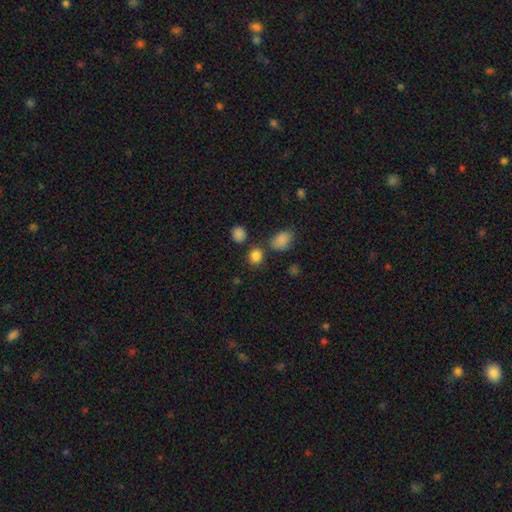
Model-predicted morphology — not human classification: Smooth or featured?
  - smooth: 83% *
  - star or artifact: 13%
  - featured or disk: 4%
How rounded?
  - round: 76% *
  - in between: 23%
  - cigar-shaped: 1%
Merging?
  - none: 73% *
  - merger: 13%
  - minor disturbance: 10%
  - major disturbance: 4%